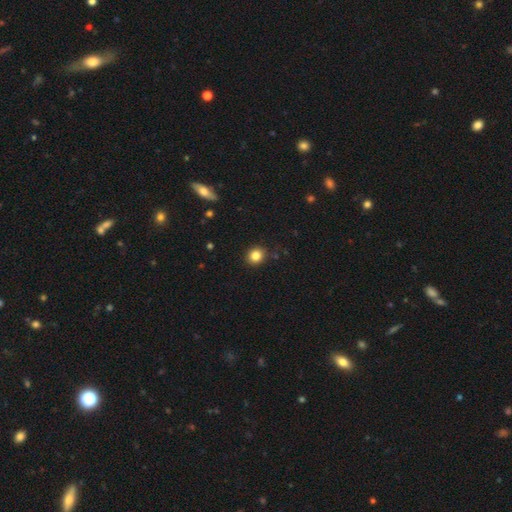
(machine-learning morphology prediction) smooth 84%, star or artifact 11%, featured or disk 5%. Down the decision tree: how rounded — round (79%); merging — none (89%).